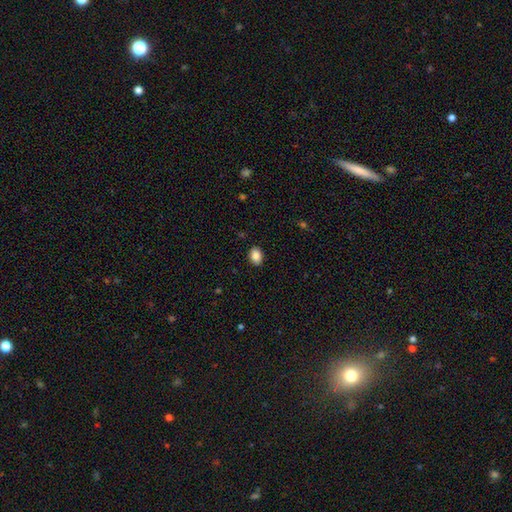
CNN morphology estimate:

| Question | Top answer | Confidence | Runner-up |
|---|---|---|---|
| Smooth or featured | smooth | 86% | star or artifact (8%) |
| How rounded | in between | 77% | round (22%) |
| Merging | none | 90% | minor disturbance (7%) |